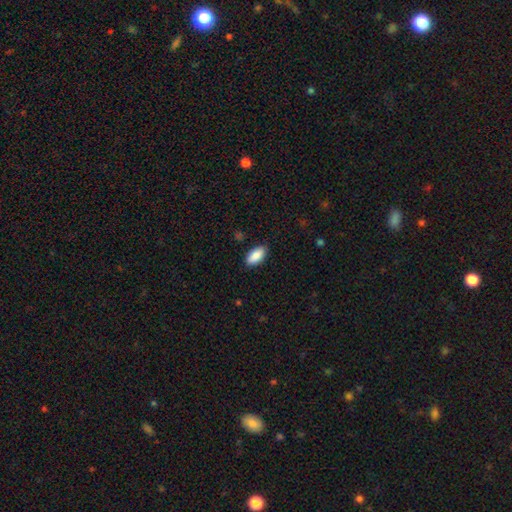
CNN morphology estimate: Smooth or featured? smooth (88%)
How rounded? in between (92%)
Merging? none (87%)